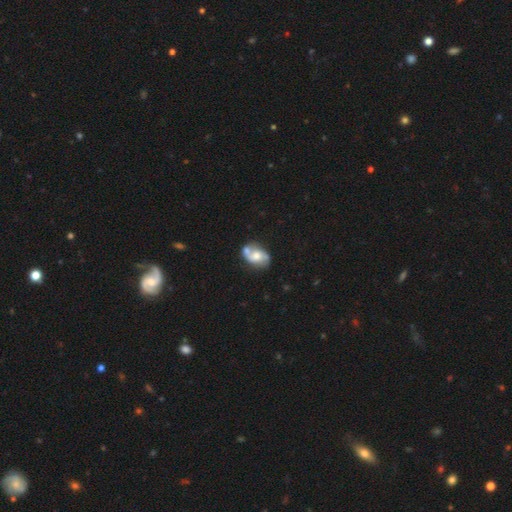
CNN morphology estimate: smooth_or_featured: featured or disk (p=0.59) [alt: smooth p=0.34]
disk_edge_on: no (p=0.96) [alt: yes p=0.04]
bar: no (p=0.64) [alt: weak p=0.29]
has_spiral_arms: yes (p=0.74) [alt: no p=0.26]
bulge_size: moderate (p=0.57) [alt: small p=0.19]
merging: none (p=0.45) [alt: merger p=0.30]